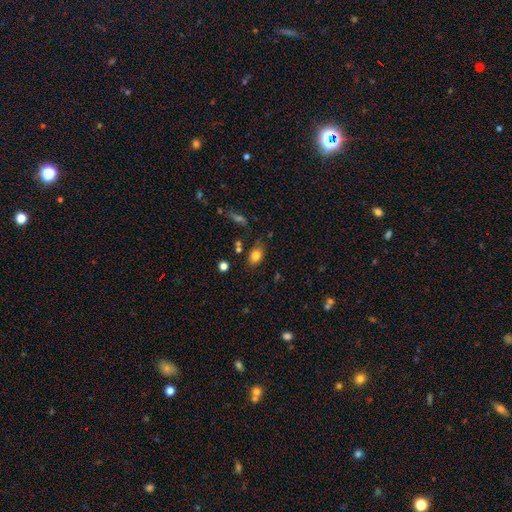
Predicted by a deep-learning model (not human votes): Smooth or featured: smooth — 81% (featured or disk — 10%)
How rounded: in between — 81% (round — 17%)
Merging: none — 74% (minor disturbance — 17%)